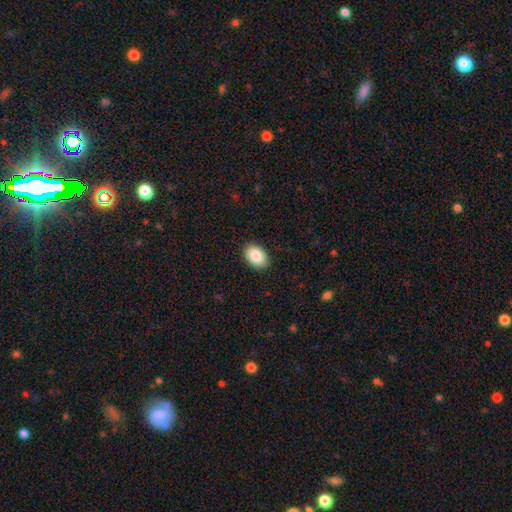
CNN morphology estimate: Overall: smooth (86%). How rounded: in between (84%). Merging: none (90%).